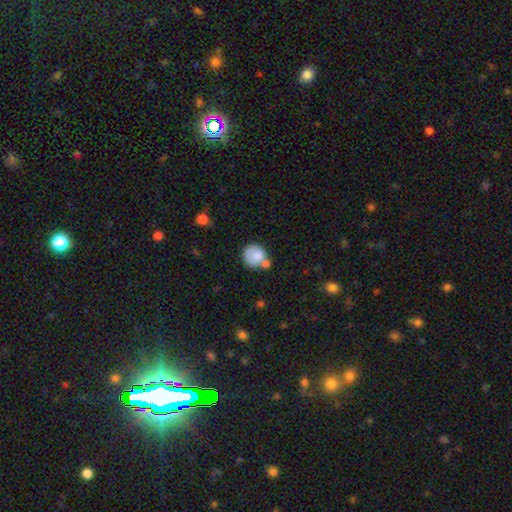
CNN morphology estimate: Smooth or featured: smooth — 81% (featured or disk — 11%)
How rounded: round — 85% (in between — 15%)
Merging: none — 53% (merger — 23%)